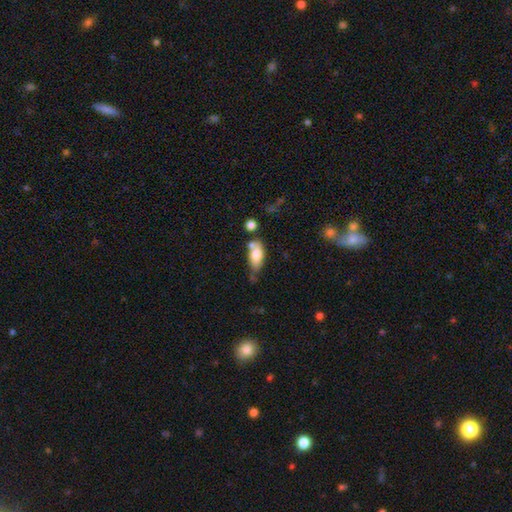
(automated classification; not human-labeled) Smooth or featured? Predicted: smooth (p=0.74). How rounded? Predicted: in between (p=0.84). Merging? Predicted: none (p=0.42).